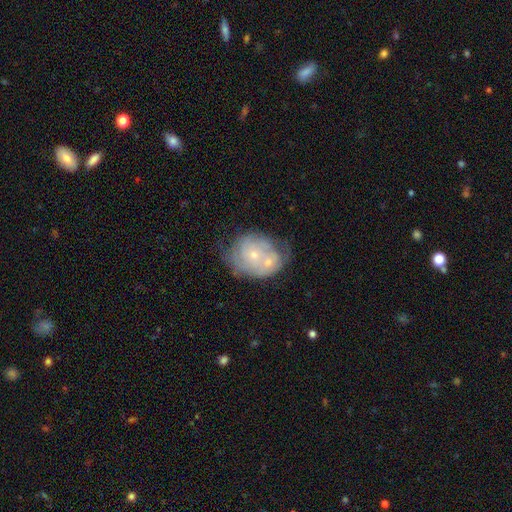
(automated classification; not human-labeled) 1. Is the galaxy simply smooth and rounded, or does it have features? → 65% featured or disk, 27% smooth, 7% star or artifact.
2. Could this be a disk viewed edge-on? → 97% no, 3% yes.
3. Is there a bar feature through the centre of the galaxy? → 82% no, 15% weak, 3% strong.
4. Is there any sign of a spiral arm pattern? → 67% yes, 33% no.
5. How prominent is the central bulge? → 71% small, 24% moderate, 2% none, 1% large, 1% dominant.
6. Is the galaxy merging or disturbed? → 38% merger, 33% none, 18% minor disturbance, 10% major disturbance.